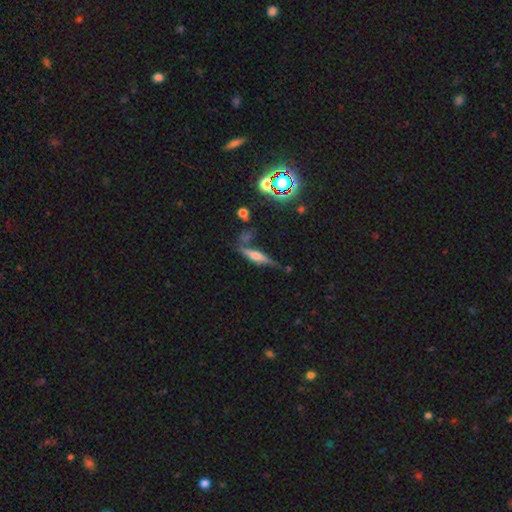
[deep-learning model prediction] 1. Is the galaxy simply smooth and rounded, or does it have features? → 59% featured or disk, 29% smooth, 12% star or artifact.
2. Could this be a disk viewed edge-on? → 89% yes, 11% no.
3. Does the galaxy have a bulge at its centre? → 78% rounded, 15% boxy, 8% none.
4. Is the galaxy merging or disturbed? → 60% none, 23% minor disturbance, 9% merger, 8% major disturbance.